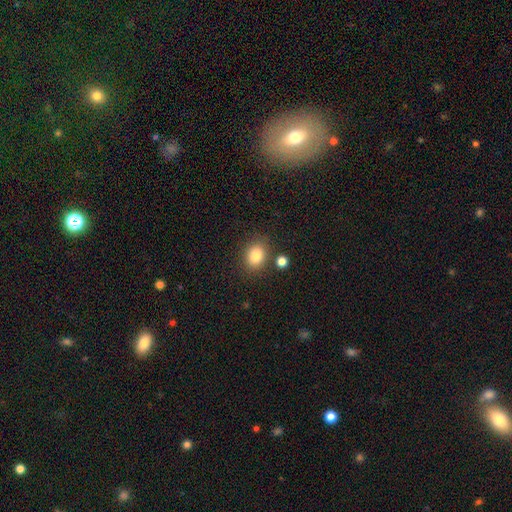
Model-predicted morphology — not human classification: Smooth or featured? Predicted: smooth (p=0.82). How rounded? Predicted: round (p=0.51). Merging? Predicted: none (p=0.81).